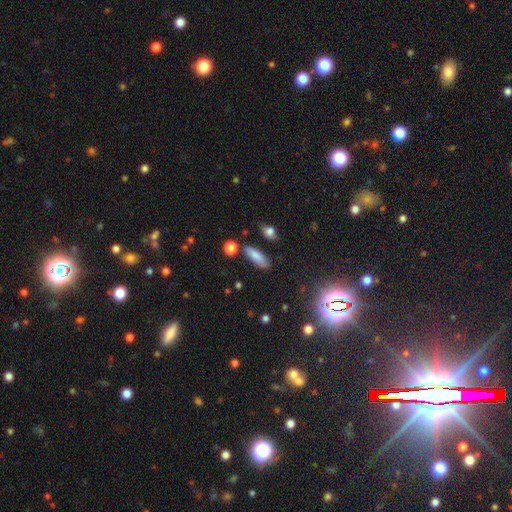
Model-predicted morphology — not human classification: Overall: smooth (79%). How rounded: in between (63%; cigar-shaped 33%). Merging: none (75%).